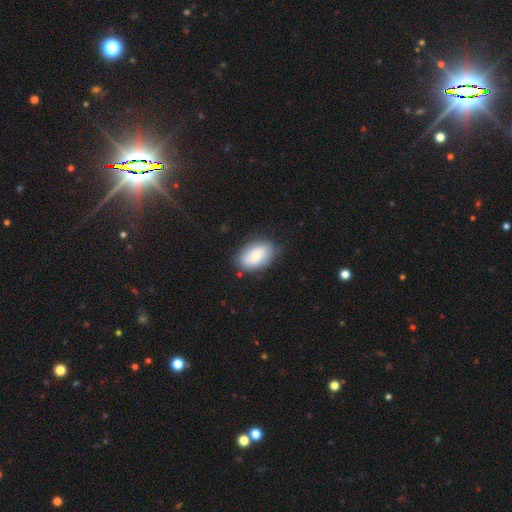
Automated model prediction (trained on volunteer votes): The model was most divided on "smooth or featured": smooth: 72%, featured or disk: 21%, star or artifact: 7%. More confident: how rounded — in between (88%); merging — none (76%).